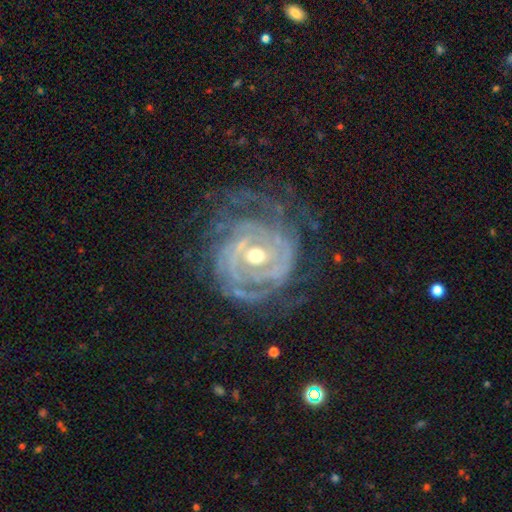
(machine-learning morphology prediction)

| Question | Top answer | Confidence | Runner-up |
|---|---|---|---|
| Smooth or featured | featured or disk | 89% | smooth (6%) |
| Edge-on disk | no | 97% | yes (3%) |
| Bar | no | 61% | weak (27%) |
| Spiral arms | yes | 94% | no (6%) |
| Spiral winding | tight | 76% | medium (19%) |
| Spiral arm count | can't tell | 33% | 2 (18%) |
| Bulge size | moderate | 62% | small (33%) |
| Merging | none | 64% | minor disturbance (19%) |